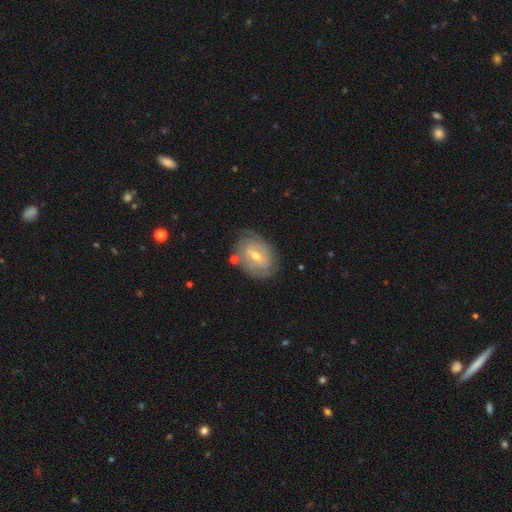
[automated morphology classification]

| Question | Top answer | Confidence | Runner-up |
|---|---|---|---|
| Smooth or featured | featured or disk | 76% | smooth (17%) |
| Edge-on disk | no | 95% | yes (5%) |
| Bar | weak | 52% | strong (25%) |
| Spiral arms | yes | 87% | no (13%) |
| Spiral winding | tight | 69% | medium (23%) |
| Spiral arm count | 2 | 38% | can't tell (37%) |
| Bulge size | moderate | 55% | small (42%) |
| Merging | none | 76% | minor disturbance (16%) |